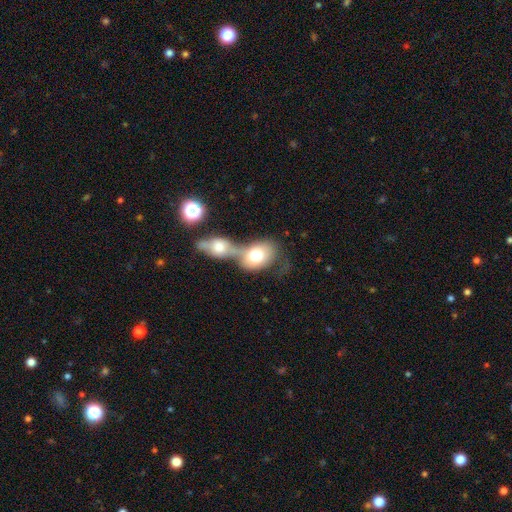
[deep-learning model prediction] smooth_or_featured: smooth (p=0.70) [alt: featured or disk p=0.23]
how_rounded: in between (p=0.70) [alt: round p=0.28]
merging: merger (p=0.71) [alt: none p=0.15]